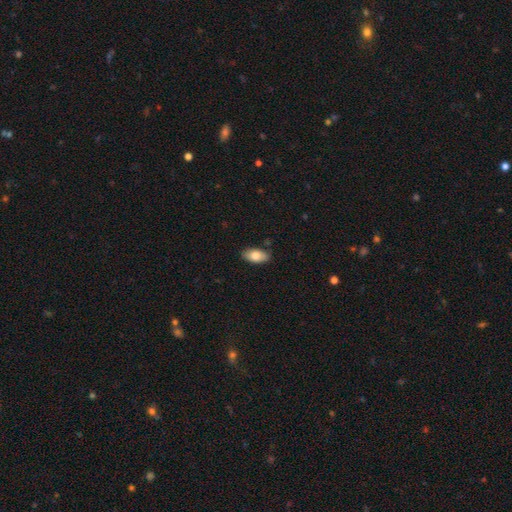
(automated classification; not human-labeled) Q: Smooth or featured?
A: smooth (82%); runner-up: featured or disk (12%)
Q: How rounded?
A: in between (92%); runner-up: cigar-shaped (5%)
Q: Merging?
A: none (83%); runner-up: minor disturbance (13%)